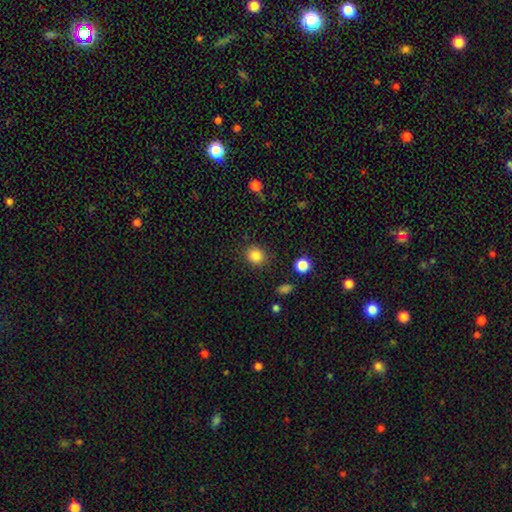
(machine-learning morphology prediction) The model was most divided on "how rounded": round: 77%, in between: 22%, cigar-shaped: 1%. More confident: merging — none (86%); smooth or featured — smooth (85%).